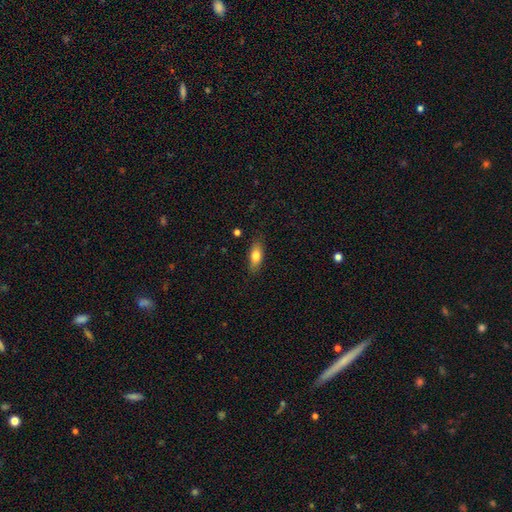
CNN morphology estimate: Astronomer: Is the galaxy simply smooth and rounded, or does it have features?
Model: smooth — 77%.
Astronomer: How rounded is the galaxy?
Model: in between — 75%.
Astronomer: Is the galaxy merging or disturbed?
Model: none — 84%.